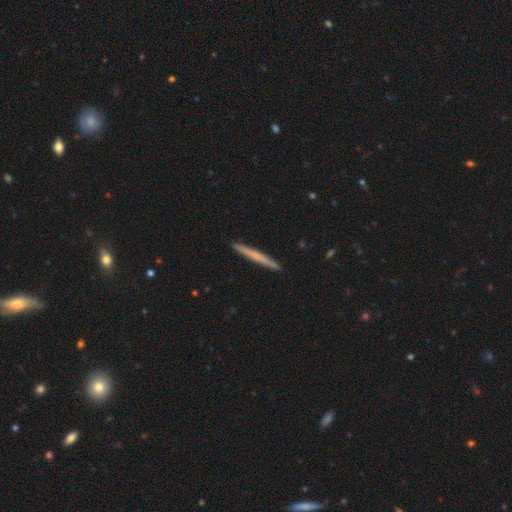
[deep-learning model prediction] Smooth or featured?
  - smooth: 50% *
  - featured or disk: 44%
  - star or artifact: 5%
How rounded?
  - cigar-shaped: 97% *
  - in between: 2%
  - round: 1%
Merging?
  - none: 93% *
  - minor disturbance: 5%
  - major disturbance: 1%
  - merger: 1%